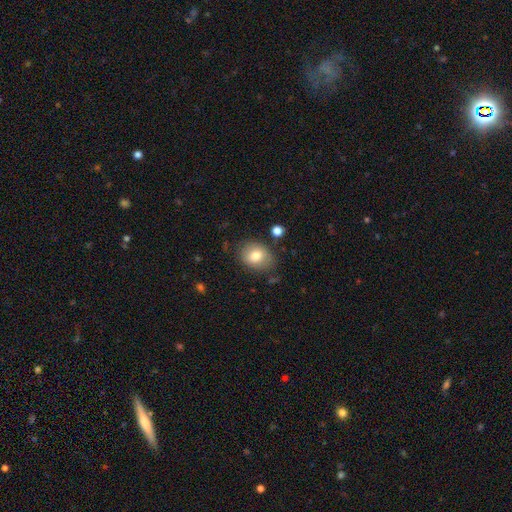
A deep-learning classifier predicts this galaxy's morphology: This appears to be a smooth galaxy with no disk features (78%) that is in between round and cigar-shaped (50%). Merging: none (77%).